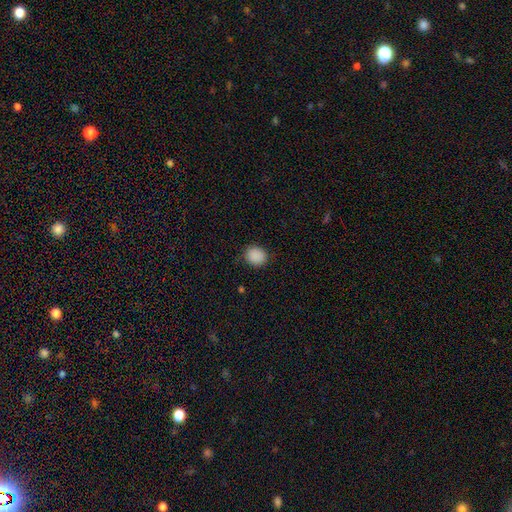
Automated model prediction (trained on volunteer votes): smooth 89%, star or artifact 9%, featured or disk 2%. Down the decision tree: how rounded — round (70%); merging — none (85%).